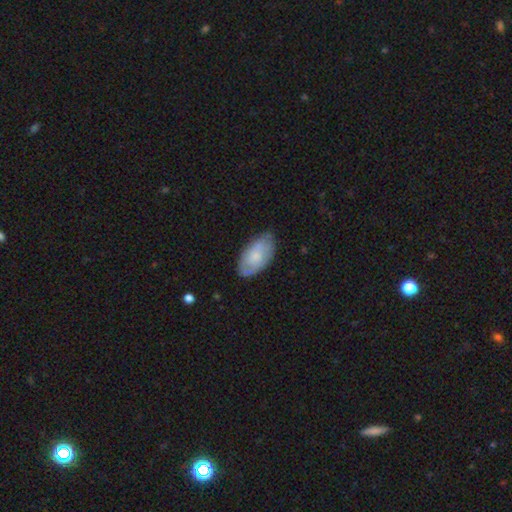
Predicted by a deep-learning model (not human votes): This is likely a smooth galaxy (61%). How rounded: clearly in between (94%). Merging: likely none (70%).